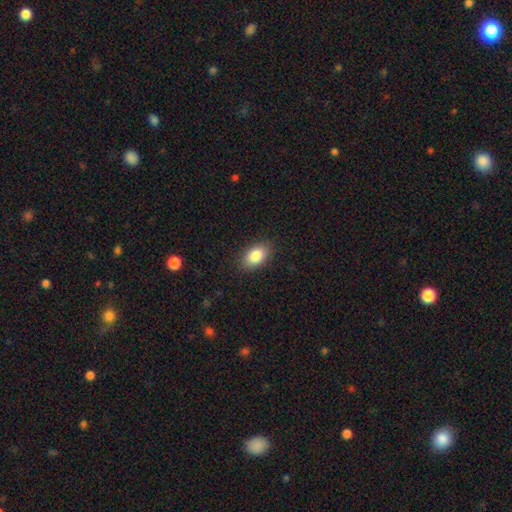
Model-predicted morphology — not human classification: smooth_or_featured: smooth (p=0.84) [alt: star or artifact p=0.08]
how_rounded: in between (p=0.88) [alt: round p=0.10]
merging: none (p=0.87) [alt: minor disturbance p=0.10]